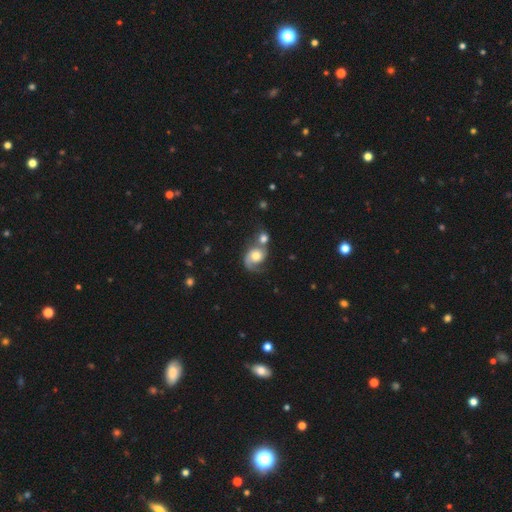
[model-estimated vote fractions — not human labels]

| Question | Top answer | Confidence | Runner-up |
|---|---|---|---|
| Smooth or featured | featured or disk | 64% | smooth (28%) |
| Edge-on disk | no | 97% | yes (3%) |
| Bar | no | 74% | weak (22%) |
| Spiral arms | yes | 90% | no (10%) |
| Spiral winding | medium | 40% | loose (37%) |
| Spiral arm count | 1 | 52% | 2 (41%) |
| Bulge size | moderate | 50% | large (31%) |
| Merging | merger | 48% | none (26%) |